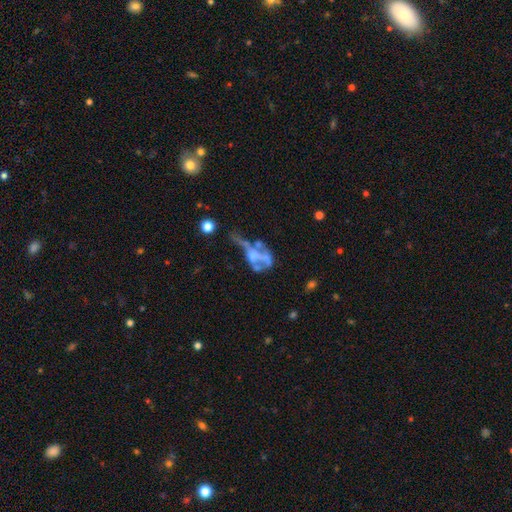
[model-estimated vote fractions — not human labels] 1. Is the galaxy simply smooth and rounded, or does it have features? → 61% featured or disk, 25% smooth, 14% star or artifact.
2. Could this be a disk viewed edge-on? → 93% no, 7% yes.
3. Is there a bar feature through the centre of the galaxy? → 88% no, 8% weak, 4% strong.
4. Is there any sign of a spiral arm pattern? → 90% no, 10% yes.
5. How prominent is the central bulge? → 56% none, 22% moderate, 14% small, 7% large, 2% dominant.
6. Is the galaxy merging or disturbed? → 38% major disturbance, 32% merger, 18% none, 12% minor disturbance.